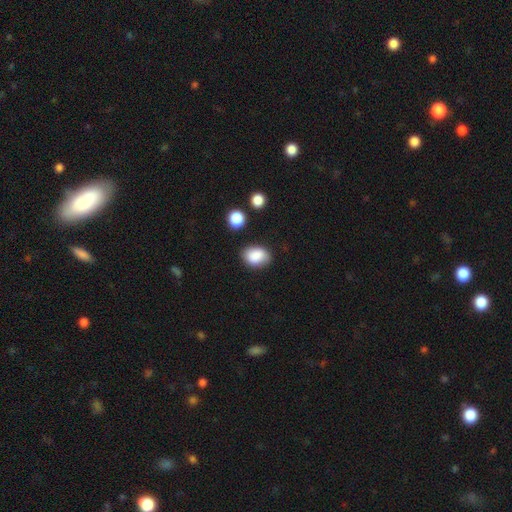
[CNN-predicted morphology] smooth 86%, star or artifact 8%, featured or disk 6%. Down the decision tree: how rounded — in between (75%); merging — none (77%).